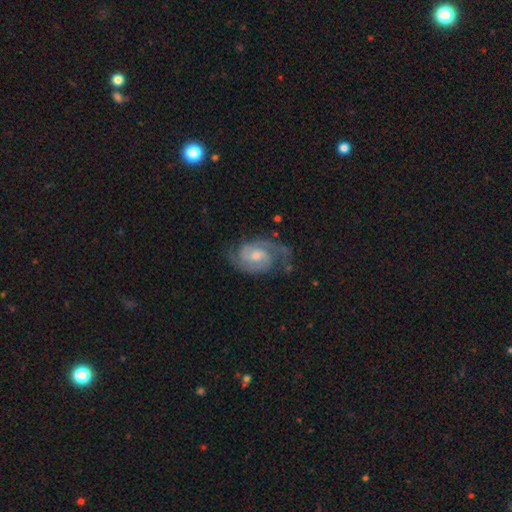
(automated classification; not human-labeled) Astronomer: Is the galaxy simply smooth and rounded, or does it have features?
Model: featured or disk — 89%.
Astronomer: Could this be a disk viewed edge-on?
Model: no — 97%.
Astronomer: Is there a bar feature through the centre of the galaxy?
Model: weak — 46% (runner-up: no, 45%).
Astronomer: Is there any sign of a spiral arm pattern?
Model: yes — 98%.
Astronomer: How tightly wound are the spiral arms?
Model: medium — 47% (runner-up: tight, 42%).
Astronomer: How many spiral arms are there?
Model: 2 — 84%.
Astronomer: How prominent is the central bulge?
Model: moderate — 56% (runner-up: small, 36%).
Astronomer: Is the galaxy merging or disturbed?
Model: none — 71%.